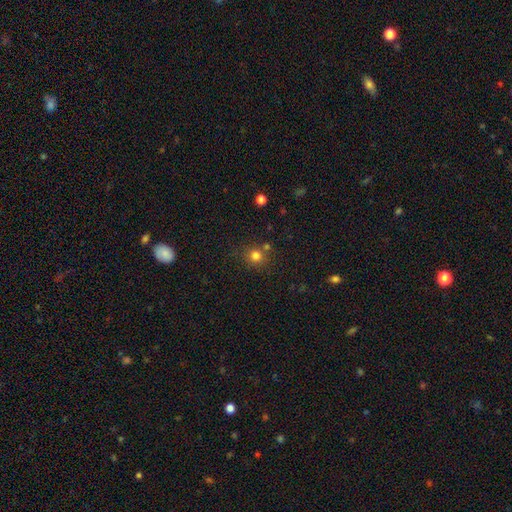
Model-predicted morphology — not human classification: The model was most divided on "merging": none: 74%, merger: 13%, minor disturbance: 10%, major disturbance: 3%. More confident: how rounded — round (89%); smooth or featured — smooth (79%).